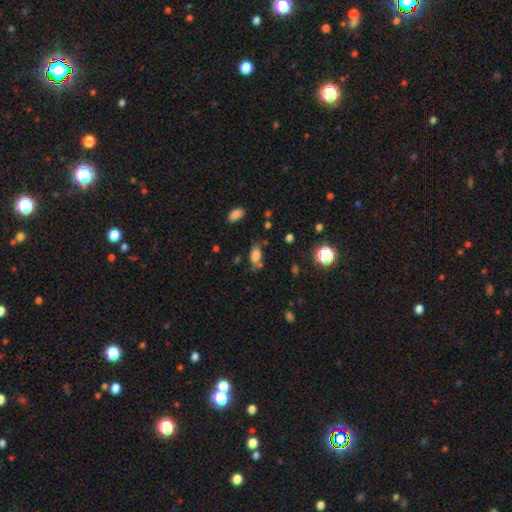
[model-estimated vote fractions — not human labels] Overall: smooth (76%). How rounded: in between (85%). Merging: none (60%; minor disturbance 23%).